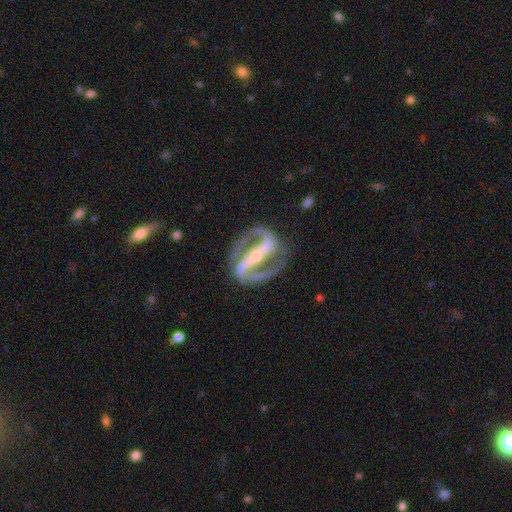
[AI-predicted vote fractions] Smooth or featured? Predicted: featured or disk (p=0.93). Edge-on disk? Predicted: no (p=0.95). Bar? Predicted: strong (p=0.83). Spiral arms? Predicted: yes (p=0.96). Spiral winding? Predicted: medium (p=0.54). Spiral arm count? Predicted: 2 (p=0.94). Bulge size? Predicted: small (p=0.68). Merging? Predicted: none (p=0.83).